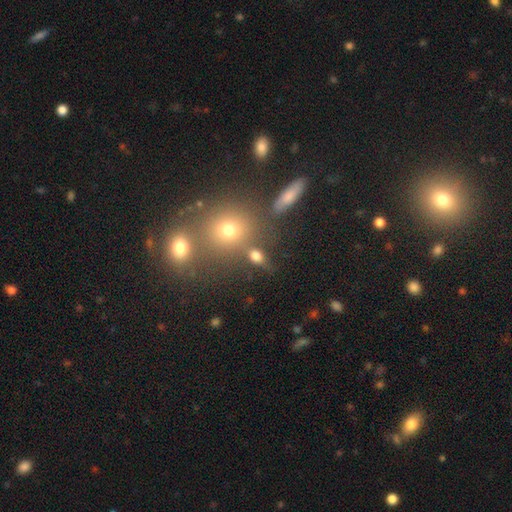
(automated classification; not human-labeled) smooth-or-featured: smooth: 73% | star or artifact: 16% | featured or disk: 11%
  how-rounded: in between: 58% | round: 37% | cigar-shaped: 6%
  merging: none: 63% | merger: 15% | minor disturbance: 14% | major disturbance: 7%